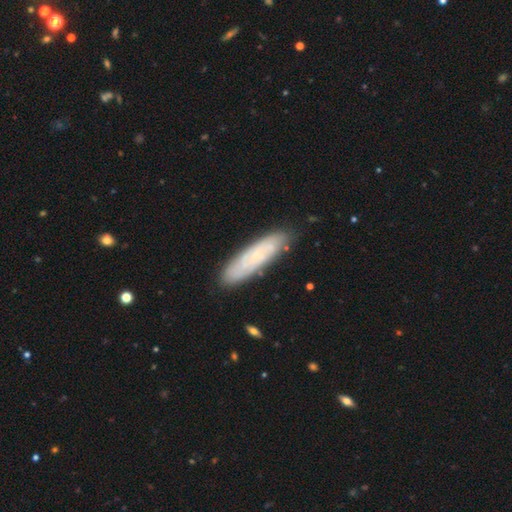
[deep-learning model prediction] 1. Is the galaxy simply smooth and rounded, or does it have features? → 52% smooth, 40% featured or disk, 8% star or artifact.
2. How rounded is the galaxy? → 67% cigar-shaped, 31% in between, 2% round.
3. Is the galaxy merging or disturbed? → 83% none, 12% minor disturbance, 3% major disturbance, 2% merger.